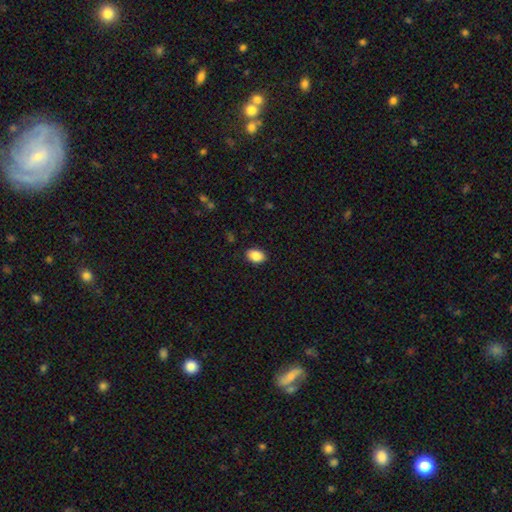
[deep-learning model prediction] Overall: smooth (88%). How rounded: in between (82%). Merging: none (88%).